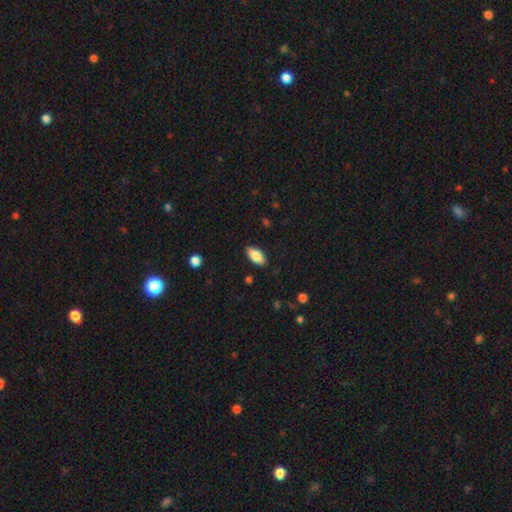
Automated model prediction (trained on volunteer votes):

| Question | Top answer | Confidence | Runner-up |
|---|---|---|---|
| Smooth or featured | smooth | 84% | featured or disk (9%) |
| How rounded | in between | 92% | cigar-shaped (6%) |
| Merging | none | 87% | minor disturbance (10%) |